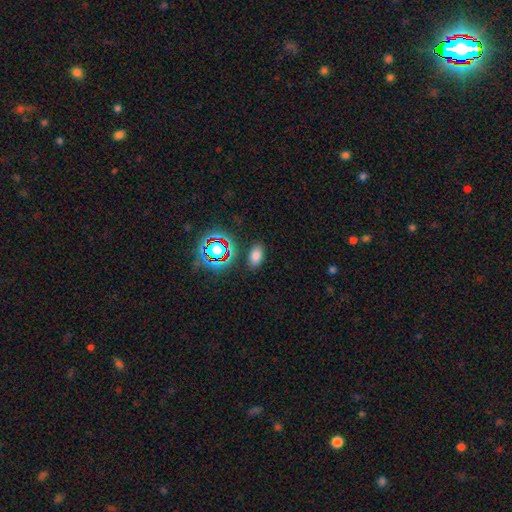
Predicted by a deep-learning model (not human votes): A smooth galaxy with no disk features (73%) that is in between round and cigar-shaped (90%). Merging: none (85%).